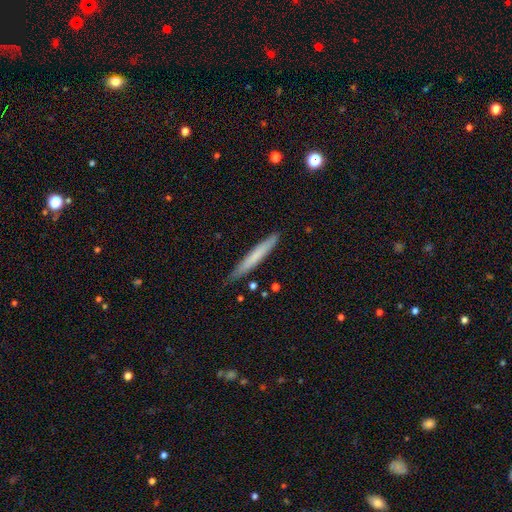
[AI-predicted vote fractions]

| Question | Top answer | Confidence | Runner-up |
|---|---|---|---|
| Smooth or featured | smooth | 68% | featured or disk (27%) |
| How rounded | cigar-shaped | 96% | in between (3%) |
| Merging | none | 83% | minor disturbance (13%) |